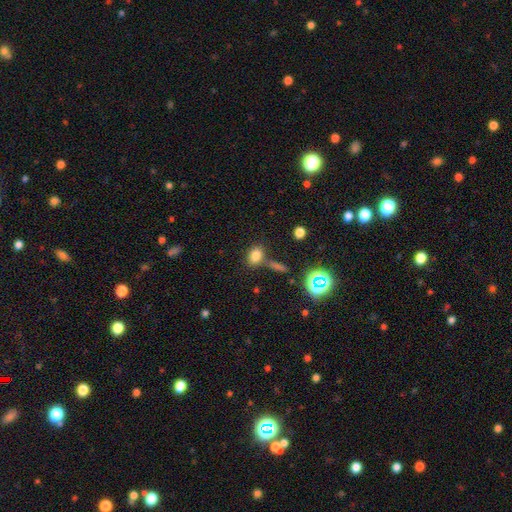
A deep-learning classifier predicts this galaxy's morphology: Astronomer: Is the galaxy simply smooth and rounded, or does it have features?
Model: smooth — 77%.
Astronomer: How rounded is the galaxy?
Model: in between — 69%.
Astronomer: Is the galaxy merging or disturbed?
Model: none — 63%.